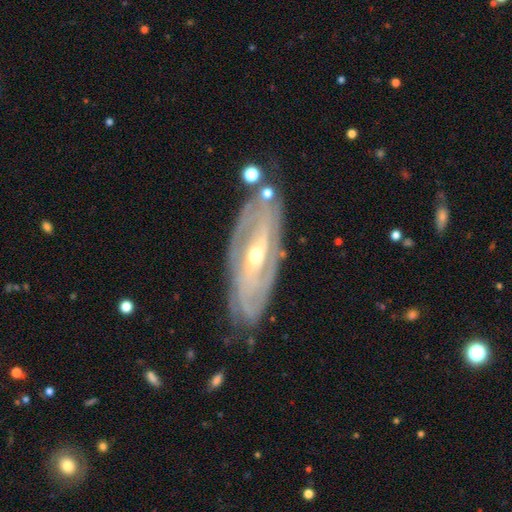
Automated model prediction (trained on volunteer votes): Smooth or featured?
  - featured or disk: 86% *
  - smooth: 8%
  - star or artifact: 6%
Edge-on disk?
  - no: 83% *
  - yes: 17%
Bar?
  - strong: 35% * (tied)
  - weak: 35% * (tied)
  - no: 31%
Spiral arms?
  - yes: 90% *
  - no: 10%
Spiral winding?
  - tight: 68% *
  - medium: 24%
  - loose: 8%
Spiral arm count?
  - can't tell: 42% *
  - 2: 30%
  - 3: 12%
  - 4: 8%
  - more than 4: 4%
  - 1: 4%
Bulge size?
  - small: 52% *
  - moderate: 45%
  - large: 1%
  - none: 1%
  - dominant: 1%
Merging?
  - none: 78% *
  - minor disturbance: 15%
  - major disturbance: 4%
  - merger: 3%